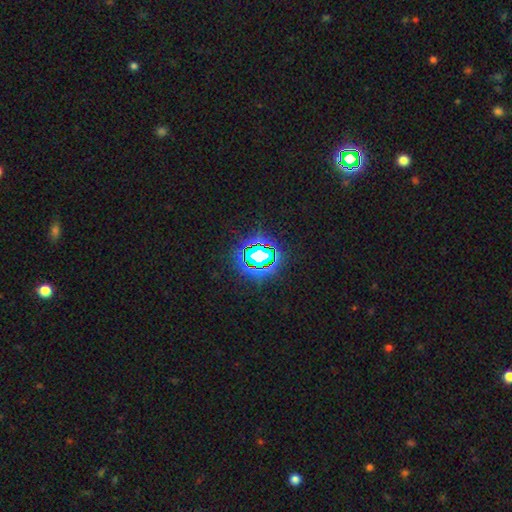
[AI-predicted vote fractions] Smooth or featured: star or artifact — 72% (smooth — 17%)